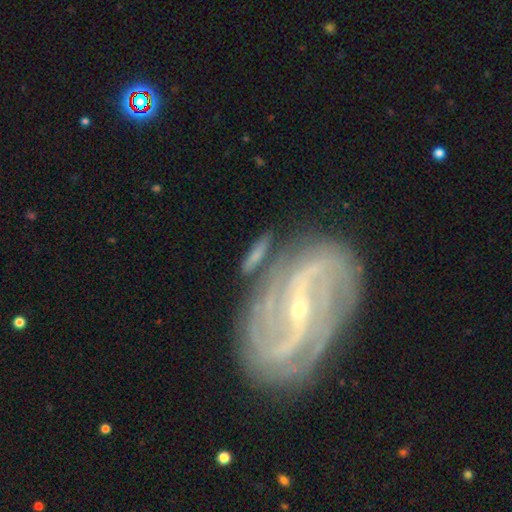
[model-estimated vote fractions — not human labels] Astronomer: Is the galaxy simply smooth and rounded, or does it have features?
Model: featured or disk — 51% (runner-up: smooth, 41%).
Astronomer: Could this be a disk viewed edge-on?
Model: no — 69%.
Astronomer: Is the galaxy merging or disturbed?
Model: none — 70%.